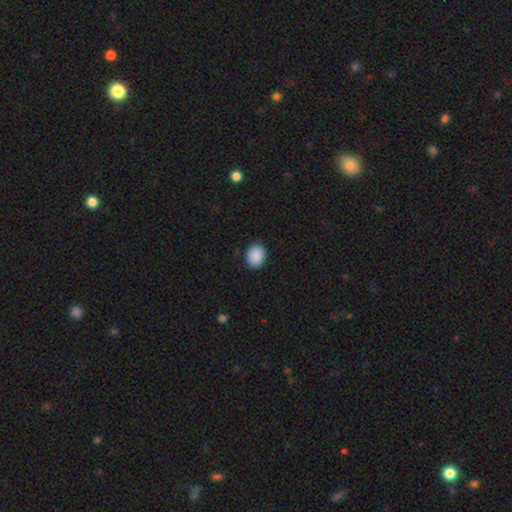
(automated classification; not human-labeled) smooth-or-featured: smooth: 90% | star or artifact: 7% | featured or disk: 3%
  how-rounded: in between: 56% | round: 43% | cigar-shaped: 1%
  merging: none: 89% | minor disturbance: 8% | major disturbance: 2% | merger: 1%